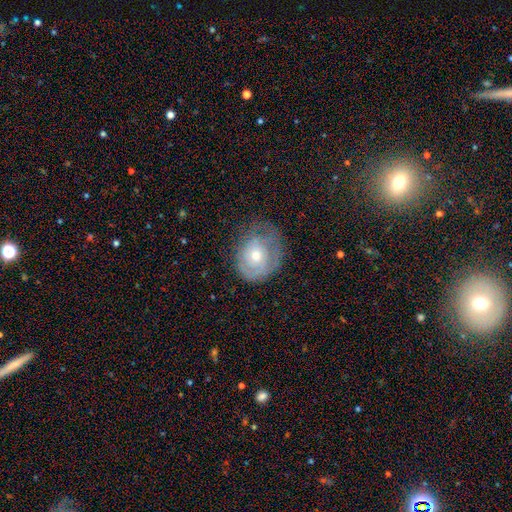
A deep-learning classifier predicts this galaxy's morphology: A featured or disk galaxy (53%) with no bar (81%), spiral arms (65%) and a moderate central bulge (60%). Merging: none (55%).